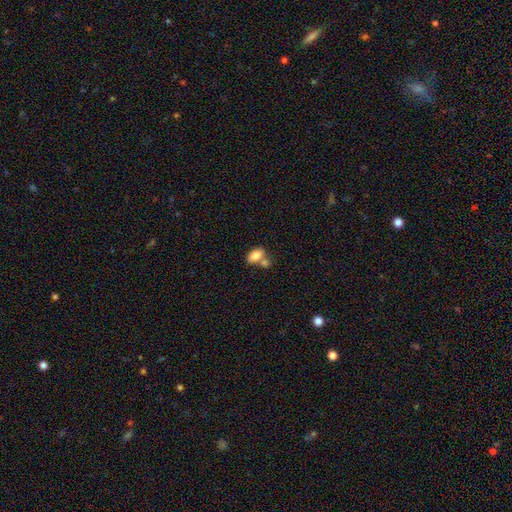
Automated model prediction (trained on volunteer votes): Smooth or featured?
  - smooth: 81% *
  - featured or disk: 11%
  - star or artifact: 8%
How rounded?
  - in between: 89% *
  - round: 9%
  - cigar-shaped: 2%
Merging?
  - none: 44% *
  - merger: 39%
  - minor disturbance: 12%
  - major disturbance: 4%